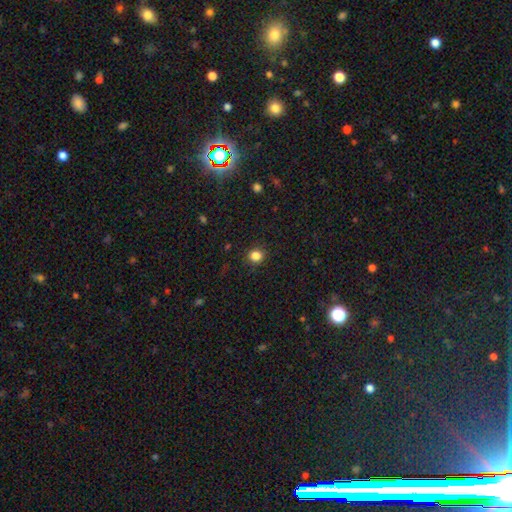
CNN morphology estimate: This is clearly a smooth galaxy (84%). How rounded: clearly round (84%). Merging: clearly none (90%).